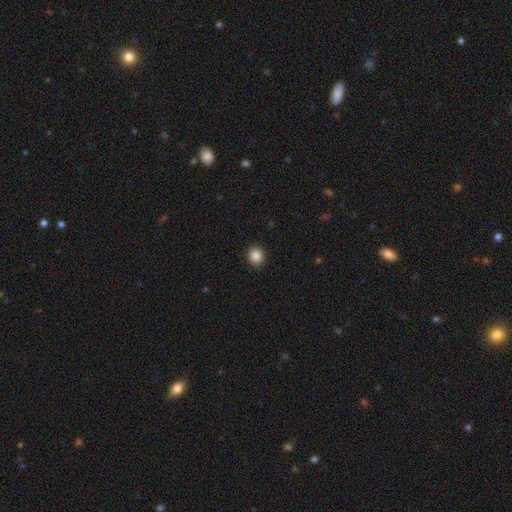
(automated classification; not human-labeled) The model was most divided on "how rounded": round: 78%, in between: 21%, cigar-shaped: 1%. More confident: merging — none (91%); smooth or featured — smooth (87%).